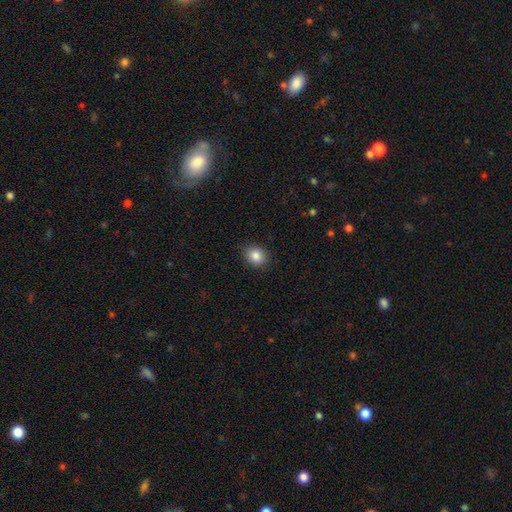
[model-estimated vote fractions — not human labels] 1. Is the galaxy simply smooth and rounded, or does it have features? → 85% smooth, 10% star or artifact, 5% featured or disk.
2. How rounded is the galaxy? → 68% round, 31% in between, 1% cigar-shaped.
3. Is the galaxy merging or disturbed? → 88% none, 9% minor disturbance, 2% major disturbance, 1% merger.